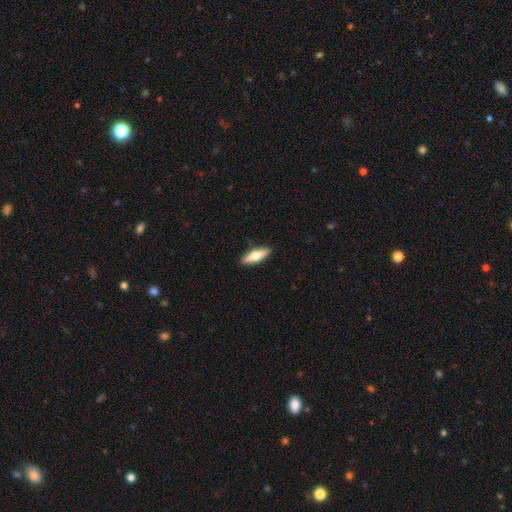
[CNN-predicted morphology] A smooth galaxy with no disk features (62%) that is cigar-shaped (53%). Merging: none (89%).